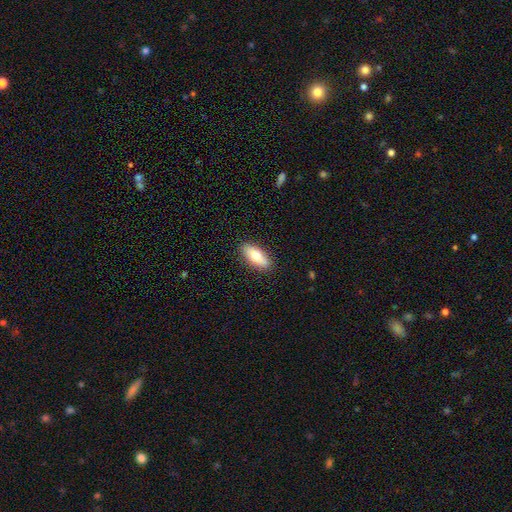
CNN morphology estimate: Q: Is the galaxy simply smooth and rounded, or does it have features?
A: smooth — 76%.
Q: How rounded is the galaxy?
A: in between — 74%.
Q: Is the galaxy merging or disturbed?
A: none — 88%.